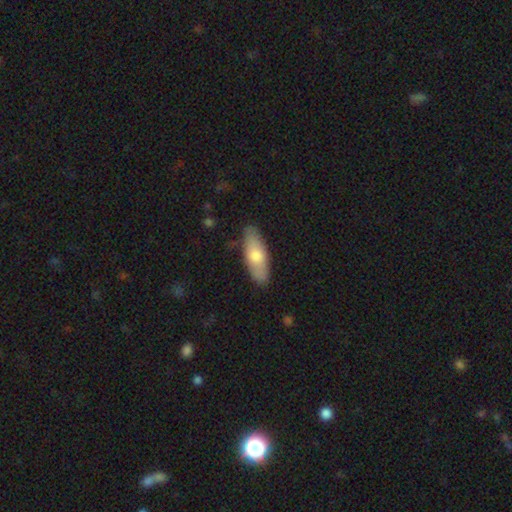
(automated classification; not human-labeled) Smooth or featured?
  - smooth: 68% *
  - featured or disk: 26%
  - star or artifact: 5%
How rounded?
  - in between: 66% *
  - cigar-shaped: 32%
  - round: 2%
Merging?
  - none: 85% *
  - minor disturbance: 12%
  - major disturbance: 2%
  - merger: 1%